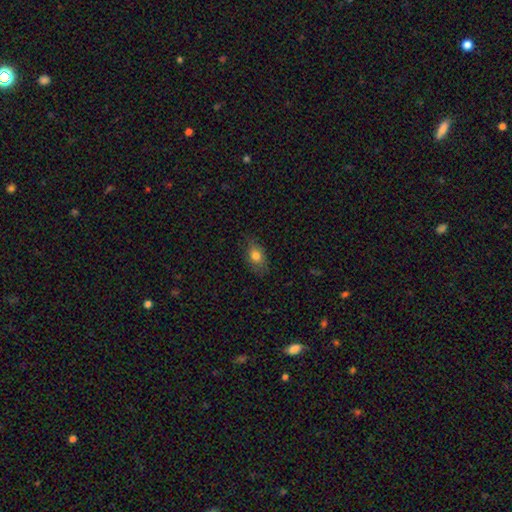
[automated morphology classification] This is likely a smooth galaxy (79%). How rounded: likely in between (78%). Merging: likely none (76%).